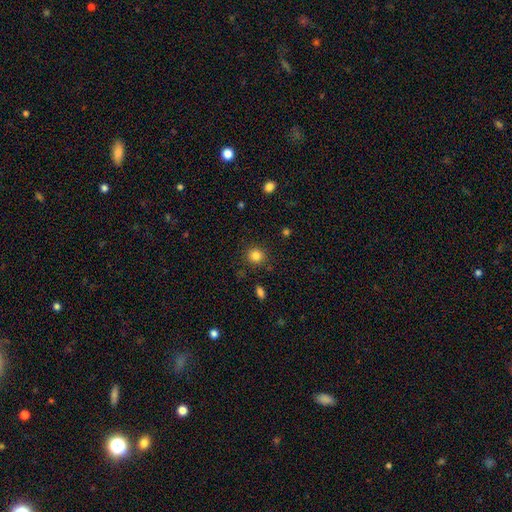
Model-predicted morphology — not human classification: smooth-or-featured: smooth: 83% | star or artifact: 12% | featured or disk: 5%
  how-rounded: round: 89% | in between: 10% | cigar-shaped: 1%
  merging: none: 88% | minor disturbance: 8% | major disturbance: 3% | merger: 2%